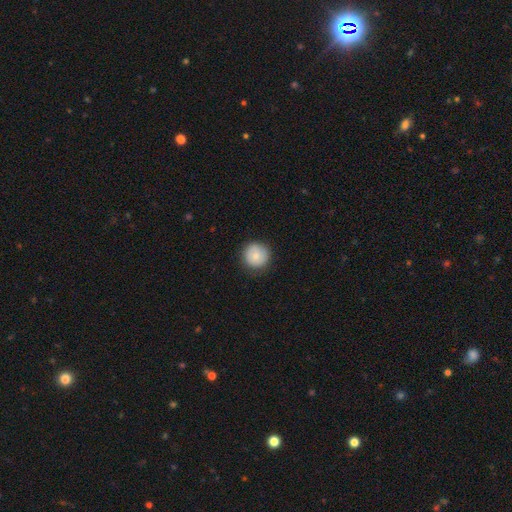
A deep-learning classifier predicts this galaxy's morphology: smooth_or_featured: smooth (p=0.76) [alt: featured or disk p=0.16]
how_rounded: round (p=0.95) [alt: in between p=0.04]
merging: none (p=0.86) [alt: minor disturbance p=0.10]